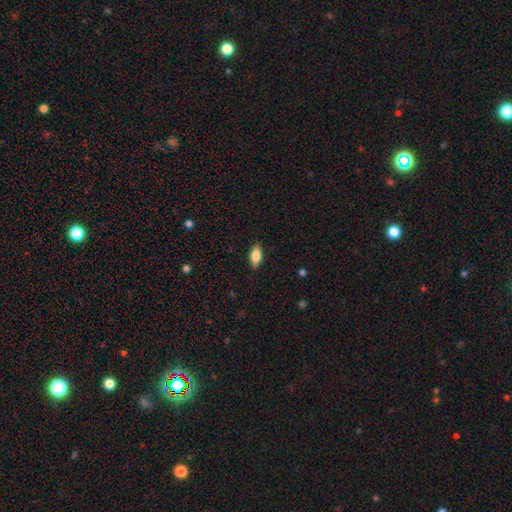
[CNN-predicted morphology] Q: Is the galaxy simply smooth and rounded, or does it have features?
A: smooth — 72%.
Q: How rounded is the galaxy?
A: in between — 83%.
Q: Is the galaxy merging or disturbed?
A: none — 87%.